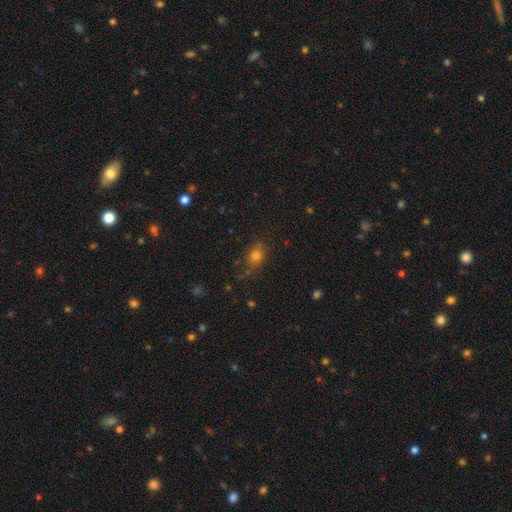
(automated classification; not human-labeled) Q: Smooth or featured?
A: smooth (71%); runner-up: star or artifact (18%)
Q: How rounded?
A: in between (63%); runner-up: round (34%)
Q: Merging?
A: none (70%); runner-up: minor disturbance (20%)